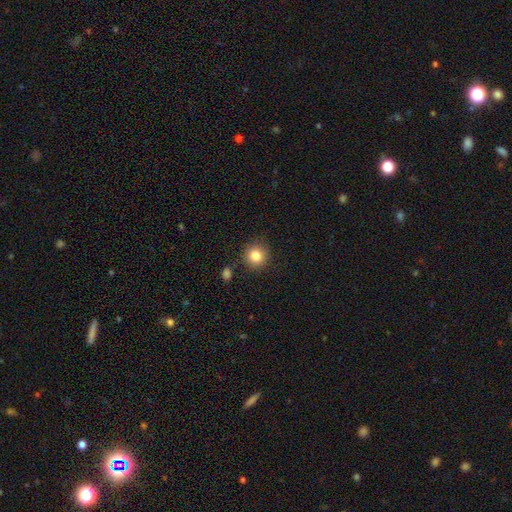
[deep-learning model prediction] smooth-or-featured: smooth: 83% | star or artifact: 10% | featured or disk: 6%
  how-rounded: round: 91% | in between: 8% | cigar-shaped: 1%
  merging: none: 85% | minor disturbance: 9% | merger: 3% | major disturbance: 3%